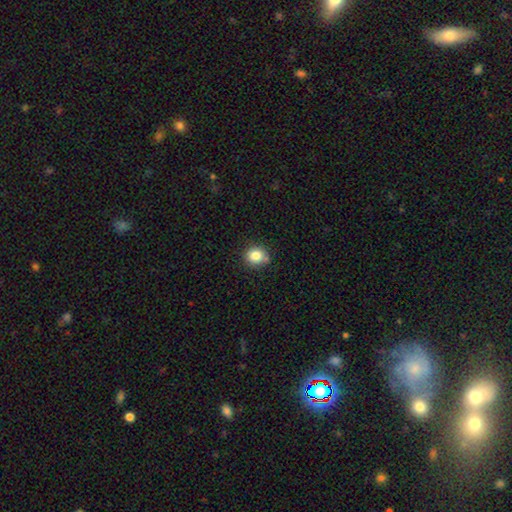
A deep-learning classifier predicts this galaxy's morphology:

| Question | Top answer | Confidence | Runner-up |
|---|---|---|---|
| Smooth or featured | smooth | 83% | star or artifact (11%) |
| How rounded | round | 84% | in between (15%) |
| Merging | none | 80% | minor disturbance (12%) |